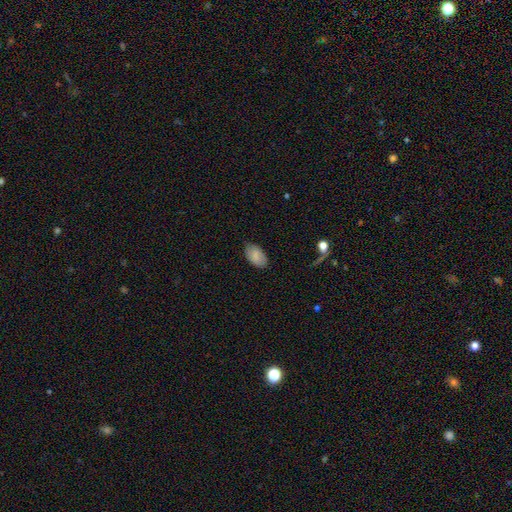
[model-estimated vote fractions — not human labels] Q: Smooth or featured?
A: smooth (81%); runner-up: featured or disk (12%)
Q: How rounded?
A: in between (94%); runner-up: round (5%)
Q: Merging?
A: none (79%); runner-up: minor disturbance (16%)